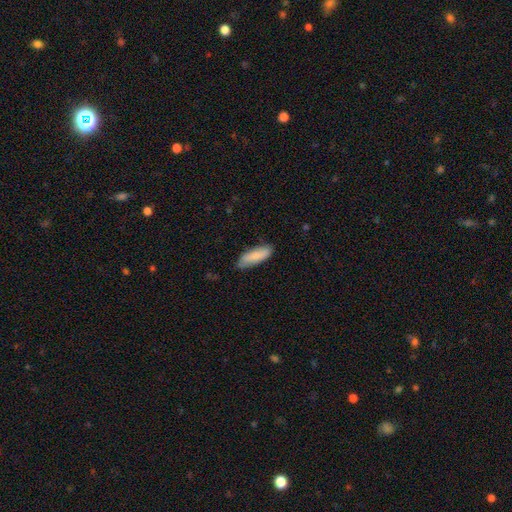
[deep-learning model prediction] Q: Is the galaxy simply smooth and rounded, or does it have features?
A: smooth — 81%.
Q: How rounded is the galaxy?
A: in between — 58%.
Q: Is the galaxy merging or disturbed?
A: none — 77%.